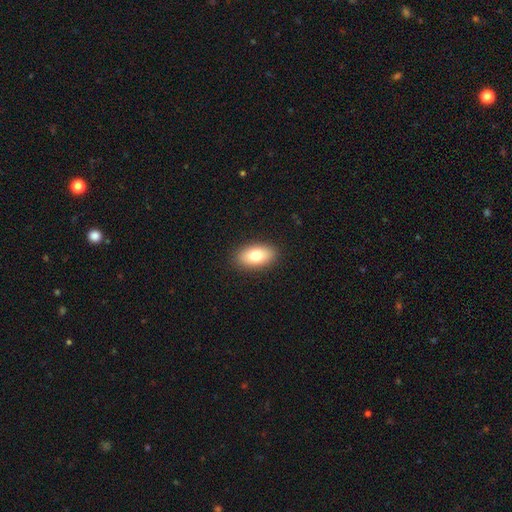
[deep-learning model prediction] A smooth galaxy with no disk features (79%) that is in between round and cigar-shaped (92%).

Vote fractions:
- Smooth or featured? smooth: 79% / featured or disk: 14% / star or artifact: 7%
- How rounded? in between: 92% / round: 5% / cigar-shaped: 3%
- Merging? none: 89% / minor disturbance: 8% / major disturbance: 2% / merger: 1%